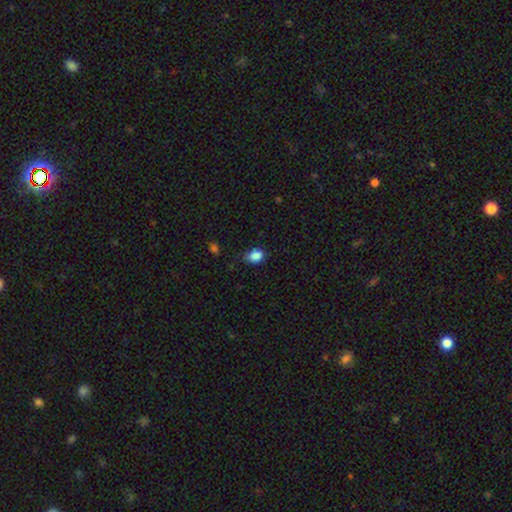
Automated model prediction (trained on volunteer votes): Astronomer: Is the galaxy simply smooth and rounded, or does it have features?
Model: smooth — 87%.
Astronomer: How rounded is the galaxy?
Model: in between — 65%.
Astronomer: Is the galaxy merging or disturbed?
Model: none — 68%.